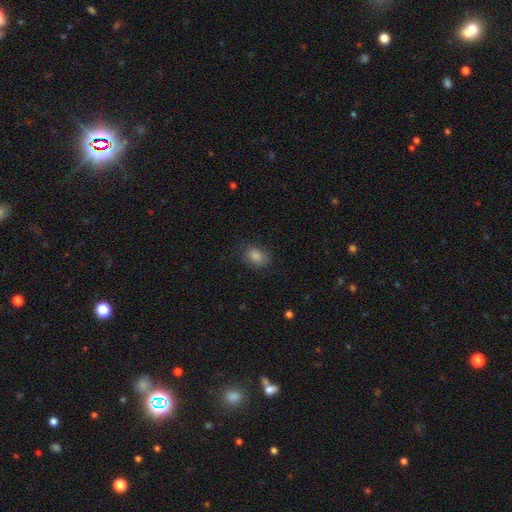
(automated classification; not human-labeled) smooth_or_featured: smooth (p=0.78) [alt: star or artifact p=0.13]
how_rounded: in between (p=0.65) [alt: round p=0.33]
merging: none (p=0.78) [alt: minor disturbance p=0.16]